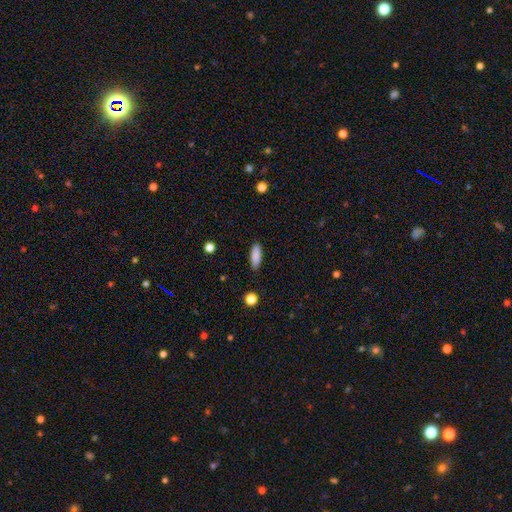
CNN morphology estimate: A smooth galaxy with no disk features (88%) that is in between round and cigar-shaped (57%).

Vote fractions:
- Smooth or featured? smooth: 88% / star or artifact: 7% / featured or disk: 5%
- How rounded? in between: 57% / cigar-shaped: 42% / round: 2%
- Merging? none: 87% / minor disturbance: 9% / major disturbance: 2% / merger: 1%